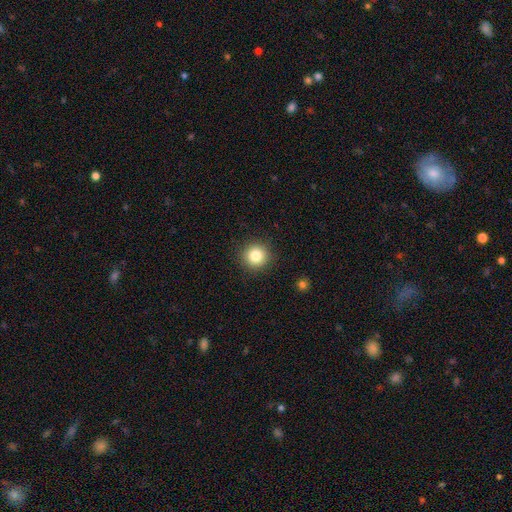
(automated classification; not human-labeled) A smooth galaxy with no disk features (83%) that is round (95%). Merging: none (91%).